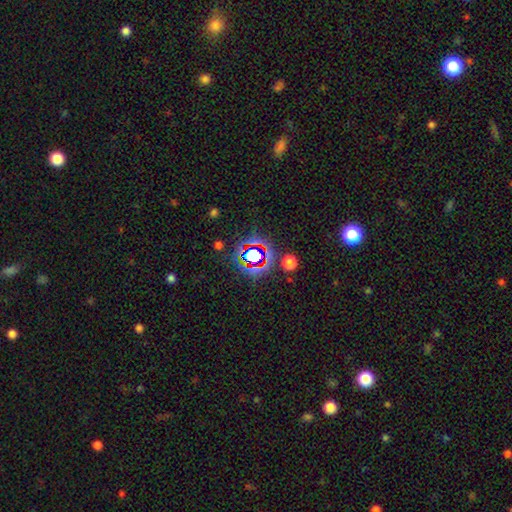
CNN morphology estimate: Overall: star or artifact (64%; smooth 25%).